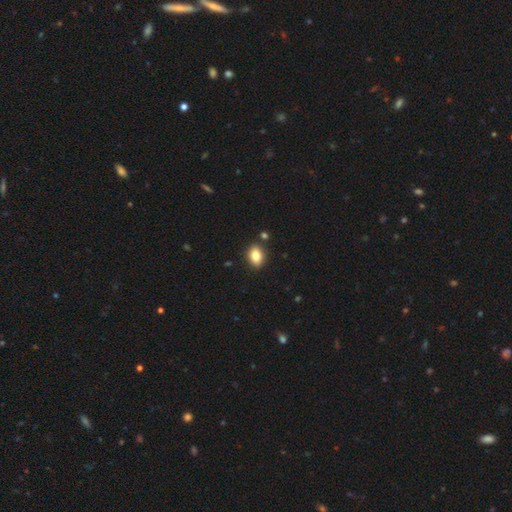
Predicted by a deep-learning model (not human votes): Morphology: type=smooth (82%); roundness=in between (80%); merging=none (86%).